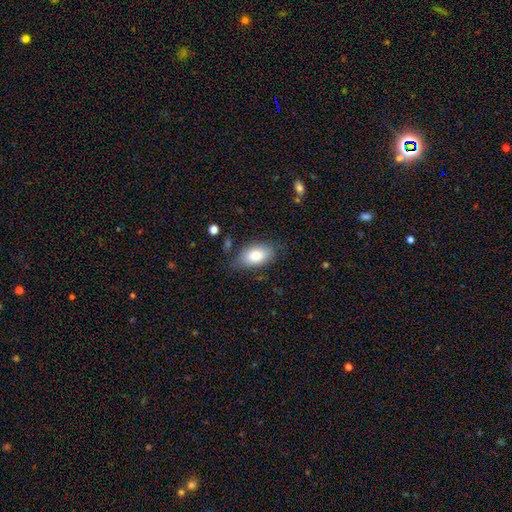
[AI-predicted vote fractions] Smooth or featured?
  - smooth: 81% *
  - featured or disk: 12%
  - star or artifact: 7%
How rounded?
  - in between: 93% *
  - round: 5%
  - cigar-shaped: 2%
Merging?
  - none: 74% *
  - minor disturbance: 19%
  - major disturbance: 5%
  - merger: 2%